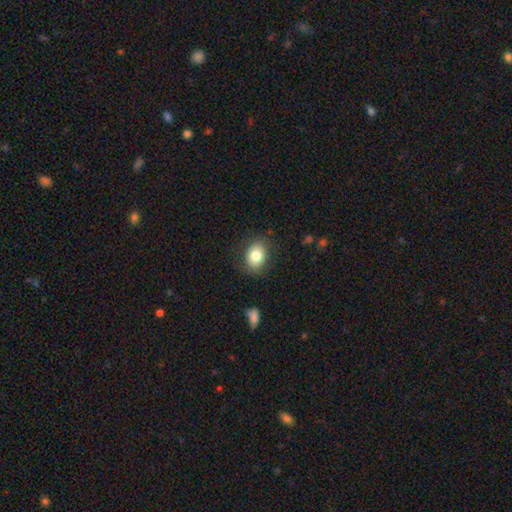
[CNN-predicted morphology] A smooth galaxy with no disk features (81%) that is in between round and cigar-shaped (63%). Merging: none (83%).